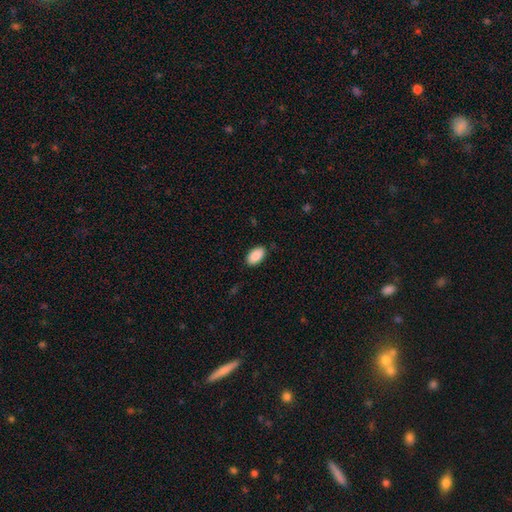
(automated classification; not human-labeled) smooth-or-featured: smooth: 88% | star or artifact: 7% | featured or disk: 5%
  how-rounded: in between: 94% | round: 4% | cigar-shaped: 1%
  merging: none: 86% | minor disturbance: 11% | major disturbance: 2% | merger: 1%